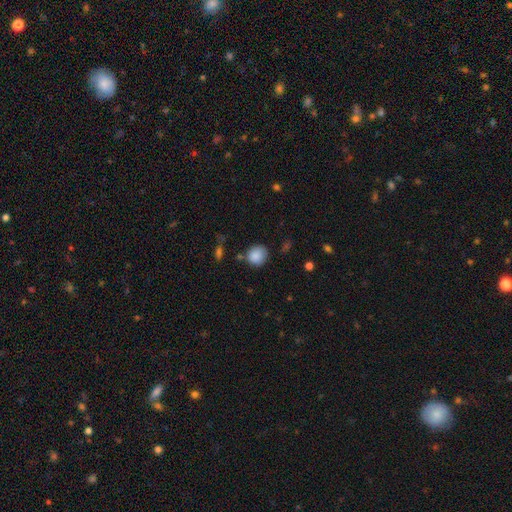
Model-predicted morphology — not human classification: Smooth or featured?
  - smooth: 87% *
  - star or artifact: 8%
  - featured or disk: 5%
How rounded?
  - round: 84% *
  - in between: 15%
  - cigar-shaped: 1%
Merging?
  - none: 71% *
  - minor disturbance: 19%
  - merger: 6%
  - major disturbance: 4%